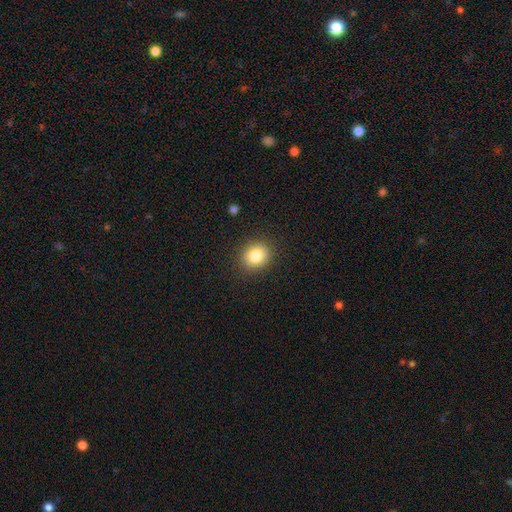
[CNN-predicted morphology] type=smooth (83%); roundness=round (72%); merging=none (89%).